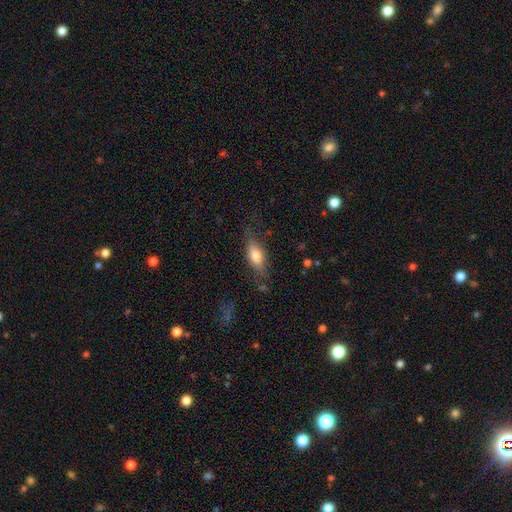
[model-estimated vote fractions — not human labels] Smooth or featured: smooth — 70% (featured or disk — 23%)
How rounded: in between — 71% (cigar-shaped — 25%)
Merging: none — 68% (minor disturbance — 21%)